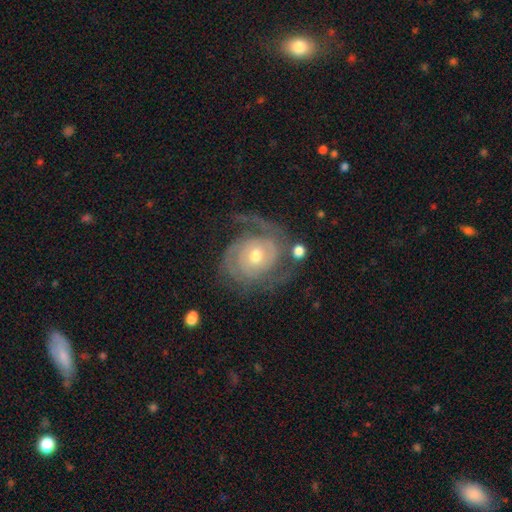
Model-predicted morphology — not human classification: A featured or disk galaxy (87%) with no bar (71%), 2 (51%) tight (63%) spiral arms (95%) and a moderate central bulge (62%). Merging: none (59%).